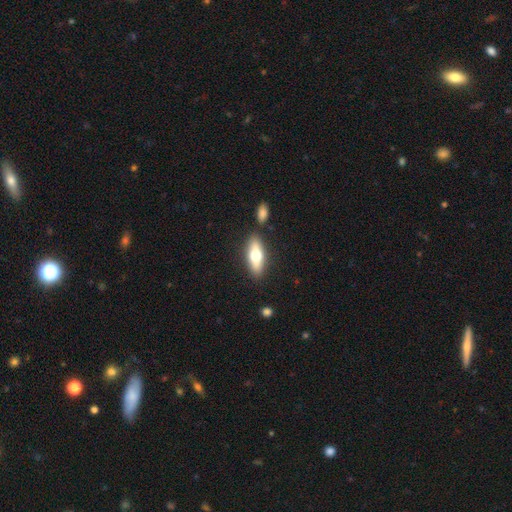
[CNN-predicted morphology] type=smooth (61%); roundness=in between (60%); merging=none (81%).